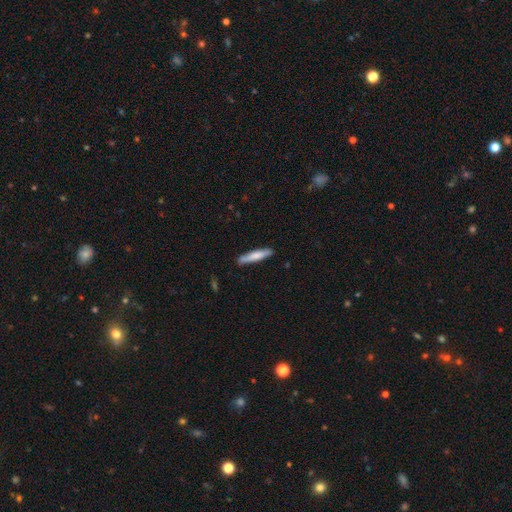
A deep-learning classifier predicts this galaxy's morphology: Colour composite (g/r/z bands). It shows a smooth galaxy with no disk features (71%) that is cigar-shaped (90%). Merging: none (85%).